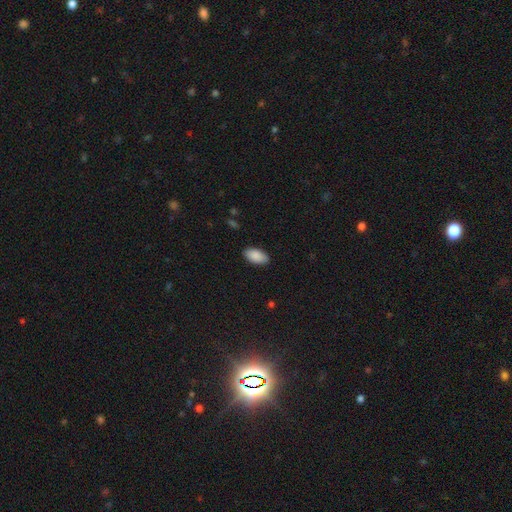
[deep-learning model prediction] Q: Smooth or featured?
A: smooth (90%); runner-up: star or artifact (6%)
Q: How rounded?
A: in between (95%); runner-up: round (2%)
Q: Merging?
A: none (88%); runner-up: minor disturbance (9%)